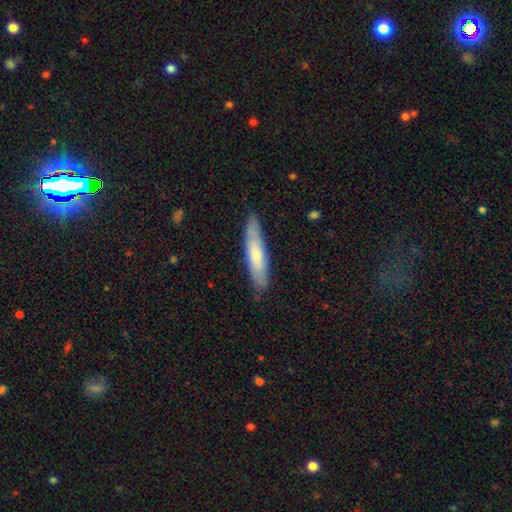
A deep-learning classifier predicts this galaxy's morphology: smooth-or-featured: smooth: 65% | featured or disk: 30% | star or artifact: 5%
  how-rounded: cigar-shaped: 76% | in between: 23% | round: 1%
  merging: none: 84% | minor disturbance: 12% | major disturbance: 2% | merger: 1%